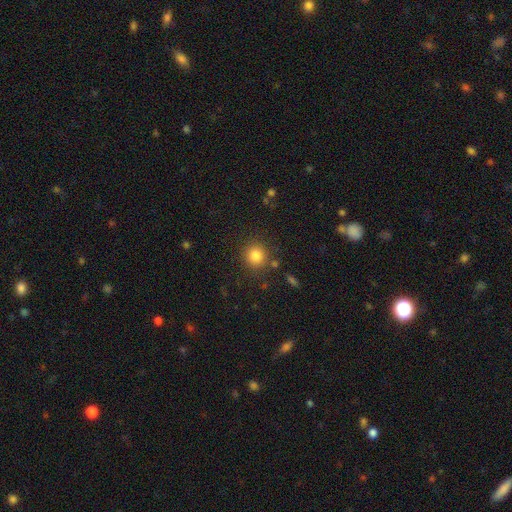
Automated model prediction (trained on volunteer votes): Smooth or featured: smooth — 83% (star or artifact — 12%)
How rounded: round — 89% (in between — 10%)
Merging: none — 84% (minor disturbance — 9%)